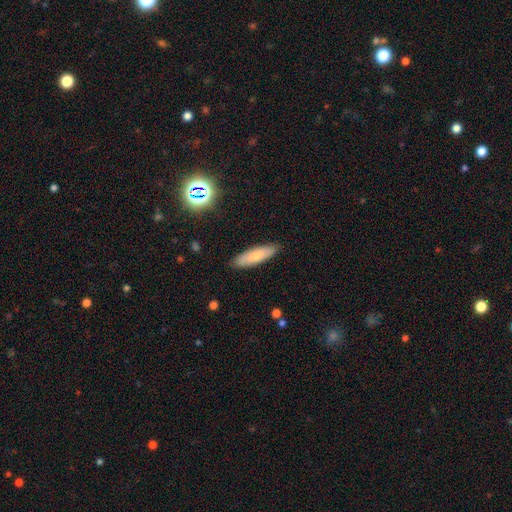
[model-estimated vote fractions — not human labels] Overall: smooth (72%). How rounded: cigar-shaped (57%; in between 41%). Merging: none (87%).